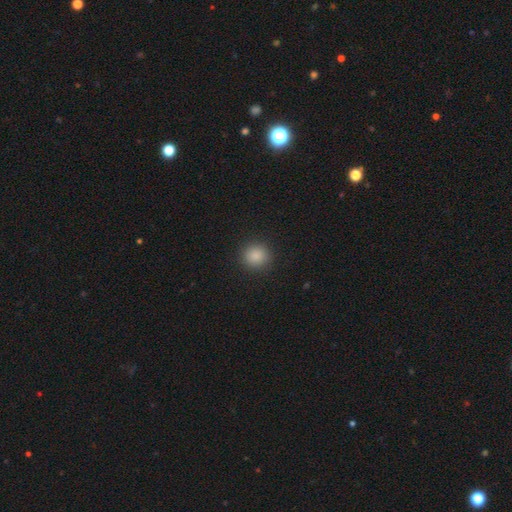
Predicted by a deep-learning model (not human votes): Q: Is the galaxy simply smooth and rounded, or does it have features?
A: smooth — 87%.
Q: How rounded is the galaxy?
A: round — 91%.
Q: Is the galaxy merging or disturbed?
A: none — 91%.